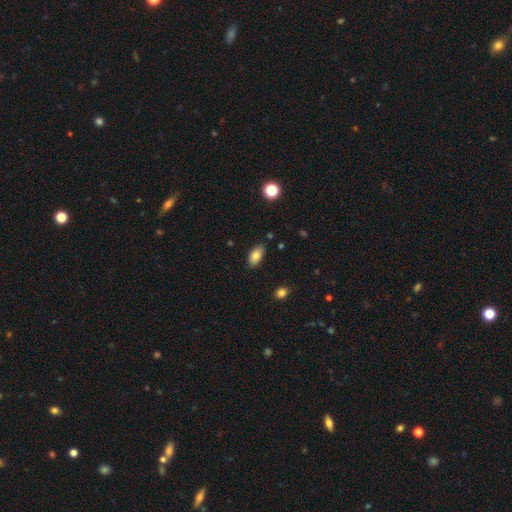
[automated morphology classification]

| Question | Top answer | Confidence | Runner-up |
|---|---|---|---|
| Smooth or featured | smooth | 80% | featured or disk (11%) |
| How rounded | in between | 91% | cigar-shaped (4%) |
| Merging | none | 83% | minor disturbance (13%) |